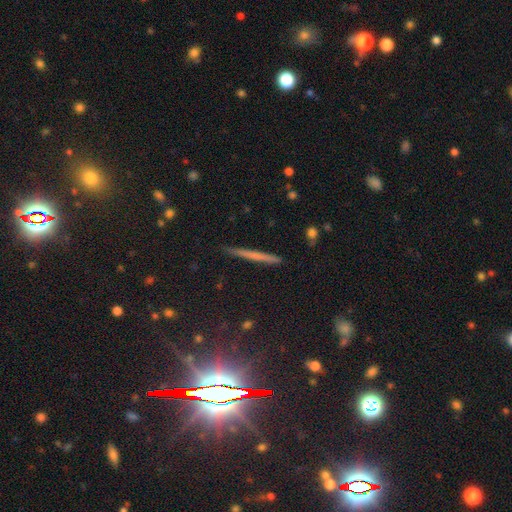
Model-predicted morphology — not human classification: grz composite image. It shows a smooth galaxy with no disk features (50%). Merging: none (89%).